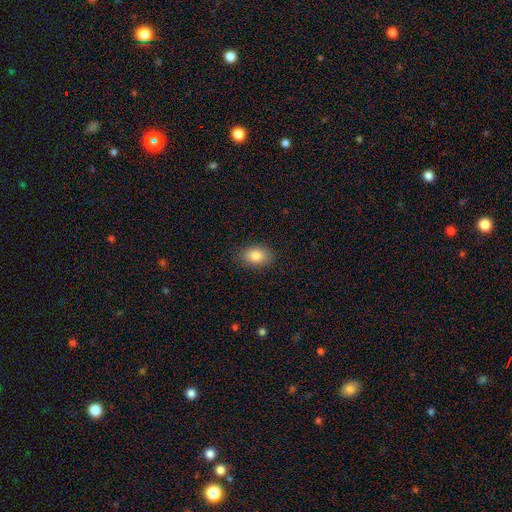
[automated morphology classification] This appears to be a smooth galaxy with no disk features (84%) that is in between round and cigar-shaped (86%). Merging: none (86%).